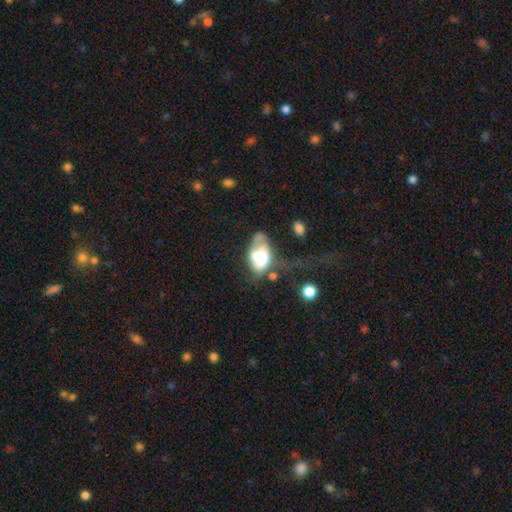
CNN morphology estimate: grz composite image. It shows a smooth galaxy with no disk features (51%) that is in between round and cigar-shaped (85%). Merging: major disturbance (47%).